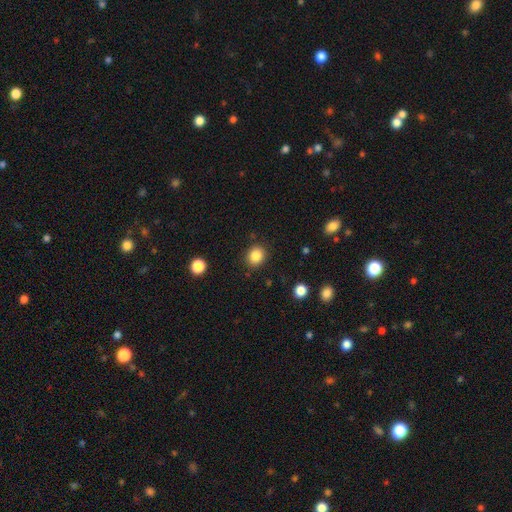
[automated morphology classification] Smooth or featured: smooth — 85% (star or artifact — 10%)
How rounded: round — 73% (in between — 26%)
Merging: none — 88% (minor disturbance — 8%)